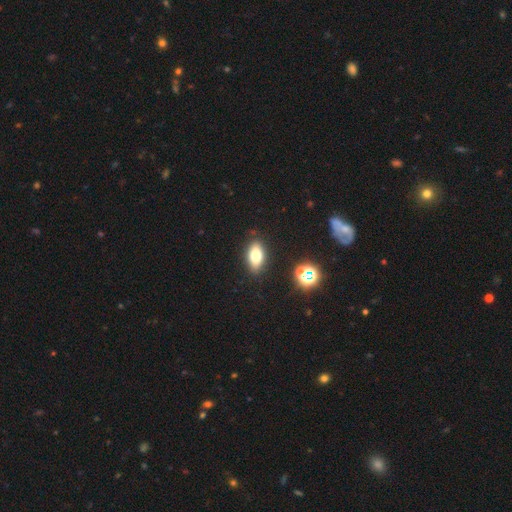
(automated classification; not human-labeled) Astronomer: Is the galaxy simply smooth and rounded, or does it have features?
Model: smooth — 73%.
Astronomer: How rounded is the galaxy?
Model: in between — 86%.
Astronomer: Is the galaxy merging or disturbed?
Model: none — 86%.